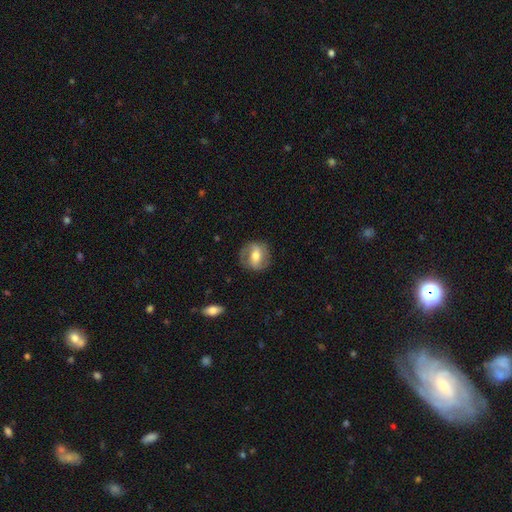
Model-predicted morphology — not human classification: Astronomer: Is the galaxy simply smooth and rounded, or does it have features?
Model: featured or disk — 52% (runner-up: smooth, 41%).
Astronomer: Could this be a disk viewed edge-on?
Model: no — 92%.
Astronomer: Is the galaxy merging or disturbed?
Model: none — 78%.